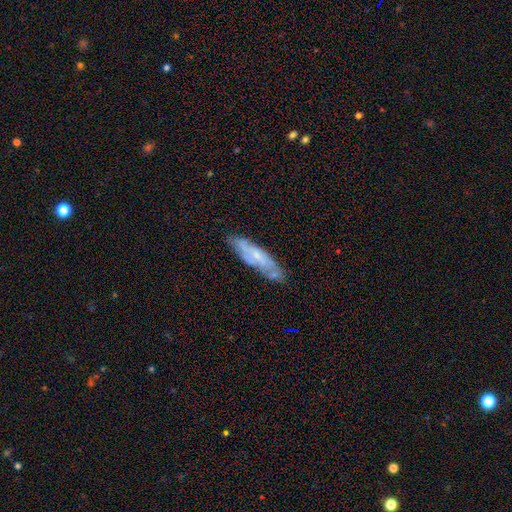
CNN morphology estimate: A featured or disk galaxy (53%). Merging: none (68%).